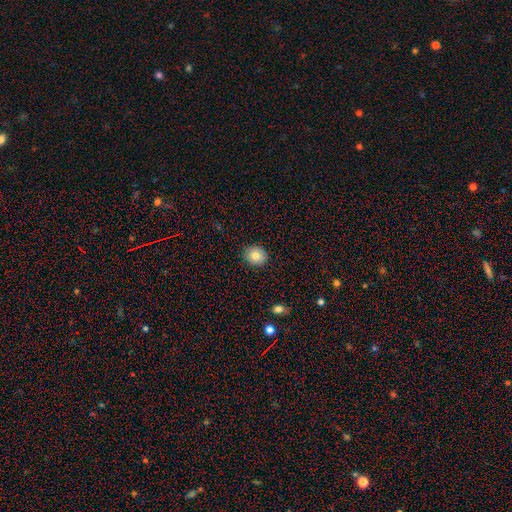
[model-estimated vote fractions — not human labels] This is clearly a smooth galaxy (81%). How rounded: likely round (78%). Merging: clearly none (90%).